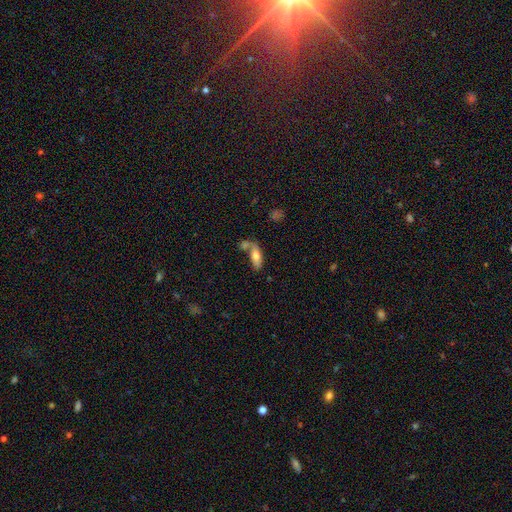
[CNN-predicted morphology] smooth_or_featured: smooth (p=0.71) [alt: featured or disk p=0.22]
how_rounded: in between (p=0.69) [alt: cigar-shaped p=0.29]
merging: none (p=0.48) [alt: merger p=0.32]